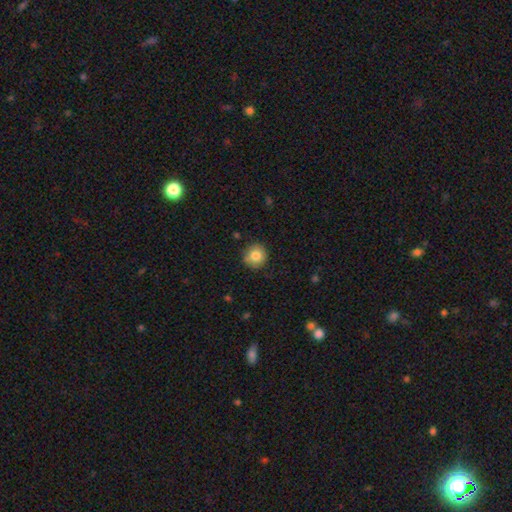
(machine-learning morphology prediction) Smooth or featured? Predicted: smooth (p=0.82). How rounded? Predicted: round (p=0.90). Merging? Predicted: none (p=0.86).